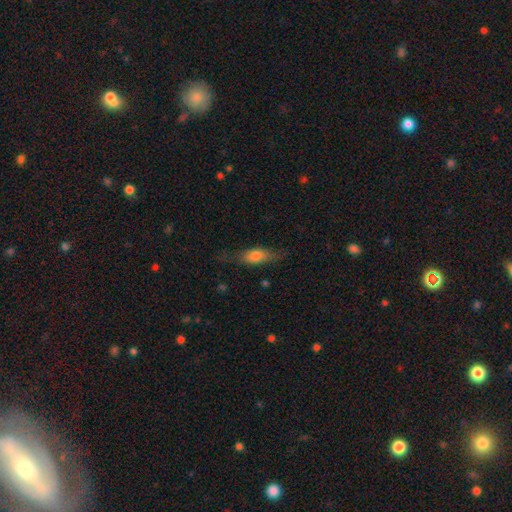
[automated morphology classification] smooth 68%, featured or disk 25%, star or artifact 7%. Down the decision tree: how rounded — in between (65%); merging — none (65%).